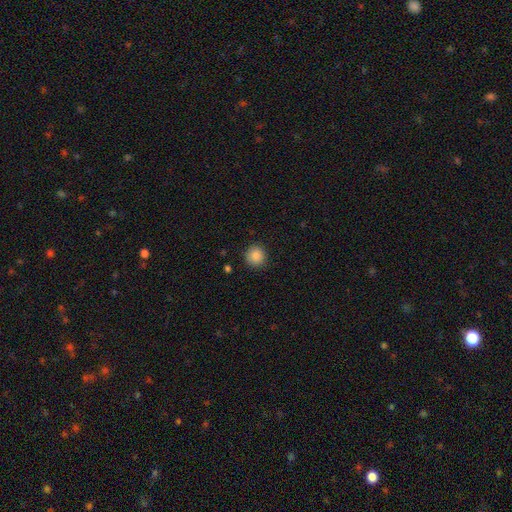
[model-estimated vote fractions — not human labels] Overall: smooth (87%). How rounded: round (93%). Merging: none (90%).